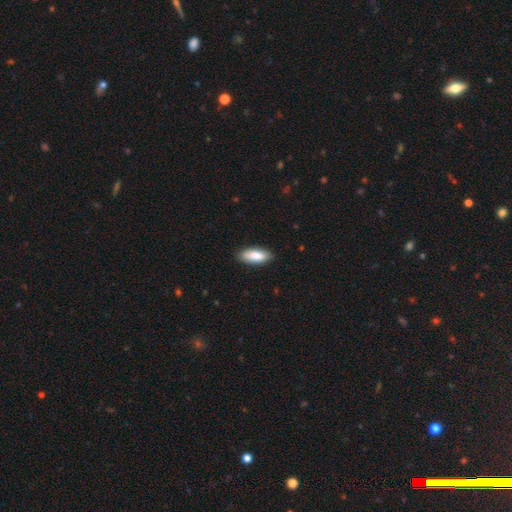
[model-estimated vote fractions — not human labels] Overall: smooth (85%). How rounded: in between (80%). Merging: none (88%).